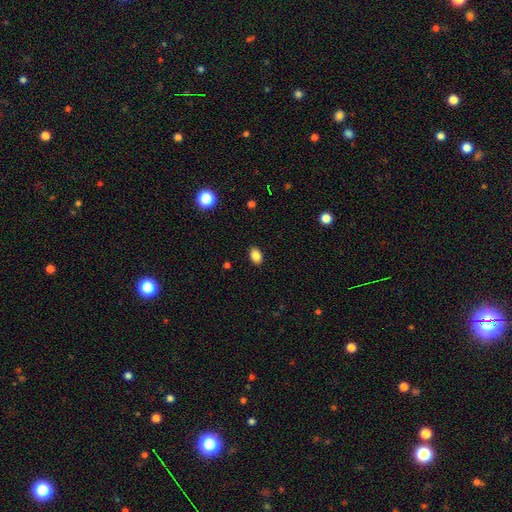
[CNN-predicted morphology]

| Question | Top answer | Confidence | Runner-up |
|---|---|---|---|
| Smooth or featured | smooth | 85% | star or artifact (10%) |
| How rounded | in between | 77% | round (22%) |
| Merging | none | 89% | minor disturbance (8%) |